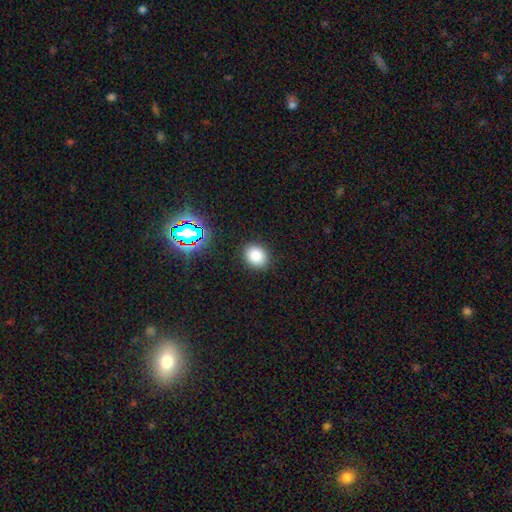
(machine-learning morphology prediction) Smooth or featured? Predicted: smooth (p=0.82). How rounded? Predicted: round (p=0.63). Merging? Predicted: none (p=0.89).